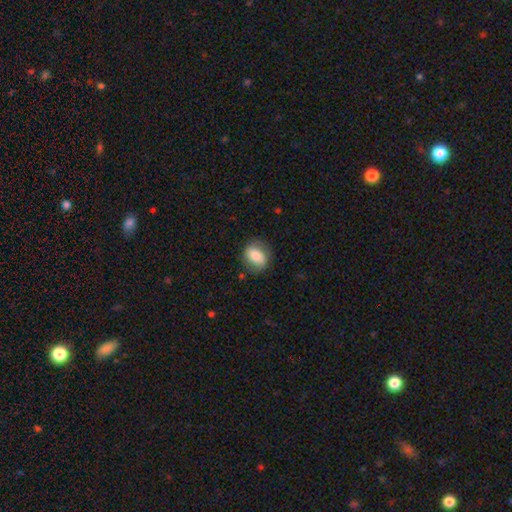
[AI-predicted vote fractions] A smooth galaxy with no disk features (63%) that is in between round and cigar-shaped (60%).

Vote fractions:
- Smooth or featured? smooth: 63% / featured or disk: 29% / star or artifact: 8%
- How rounded? in between: 60% / round: 38% / cigar-shaped: 2%
- Merging? none: 73% / minor disturbance: 19% / major disturbance: 7% / merger: 2%